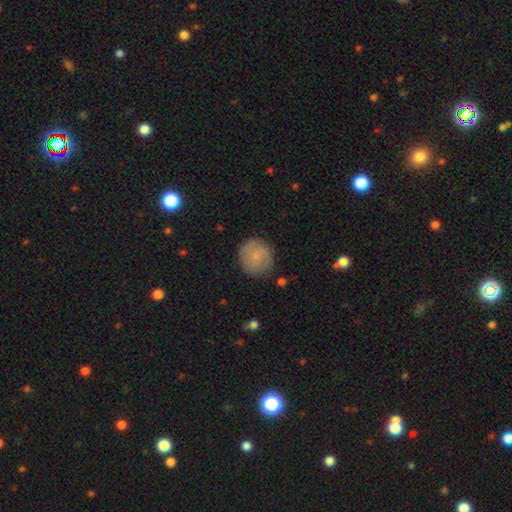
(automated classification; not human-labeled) Smooth or featured: smooth — 70% (featured or disk — 22%)
How rounded: round — 93% (in between — 6%)
Merging: none — 82% (minor disturbance — 13%)